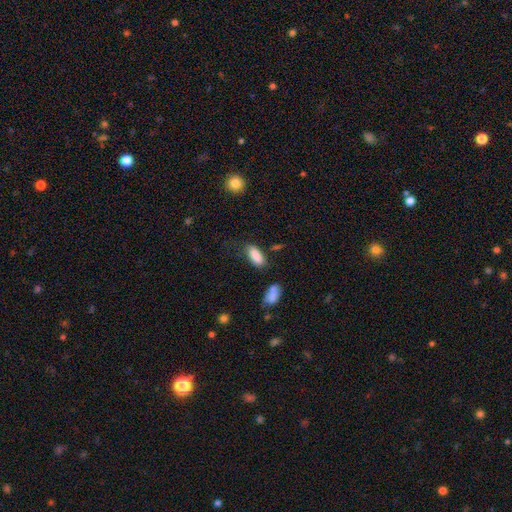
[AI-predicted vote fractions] Morphology: type=smooth (87%); roundness=in between (84%); merging=none (68%).